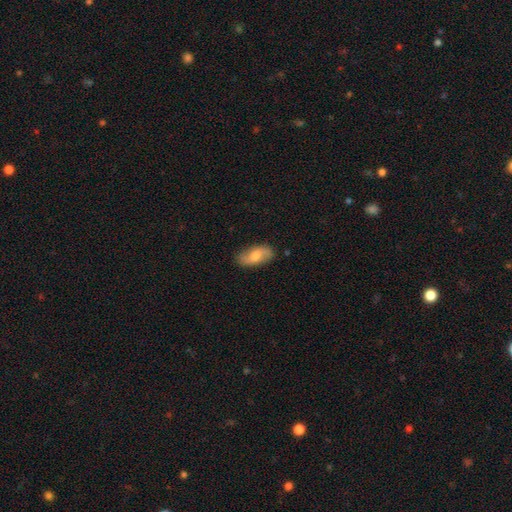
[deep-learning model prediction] smooth 58%, featured or disk 35%, star or artifact 6%. Down the decision tree: how rounded — in between (90%); merging — none (82%).